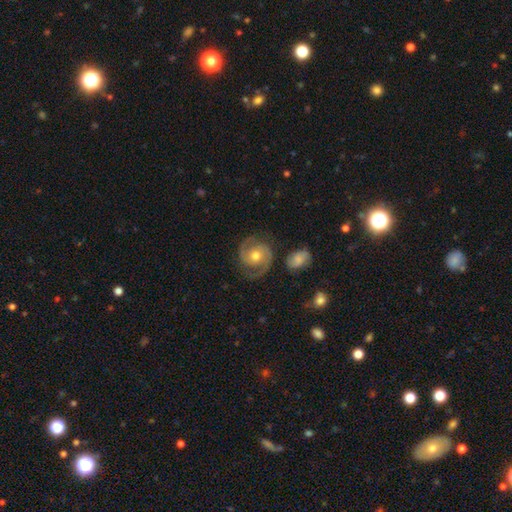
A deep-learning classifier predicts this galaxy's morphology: This is clearly a featured or disk galaxy (81%). It is clearly not viewed edge-on (98%). Bar: likely no (68%). Spiral arm pattern: clearly yes (95%). Spiral arm count: clearly 2 (87%). Spiral winding: possibly medium (47%). Central bulge: likely moderate (76%). Merging: likely none (75%).